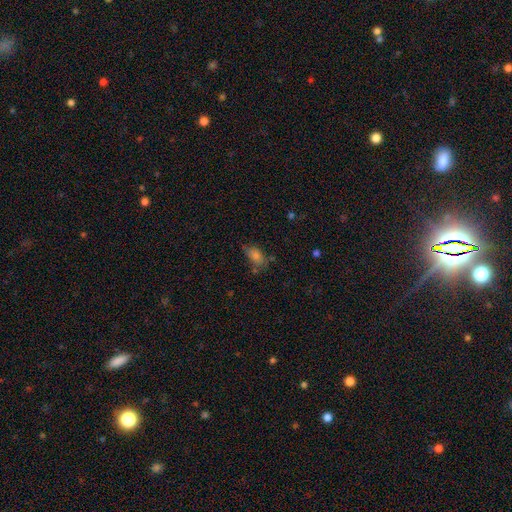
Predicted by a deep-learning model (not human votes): The model was most divided on "merging": none: 59%, minor disturbance: 25%, major disturbance: 9%, merger: 8%. More confident: how rounded — in between (83%); smooth or featured — smooth (71%).